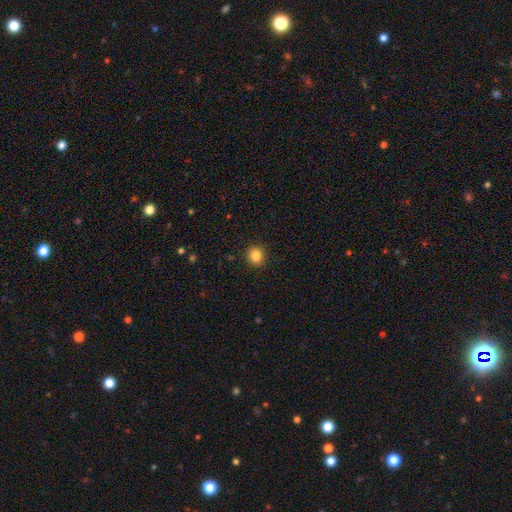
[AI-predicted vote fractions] Morphology: type=smooth (85%); roundness=round (89%); merging=none (92%).